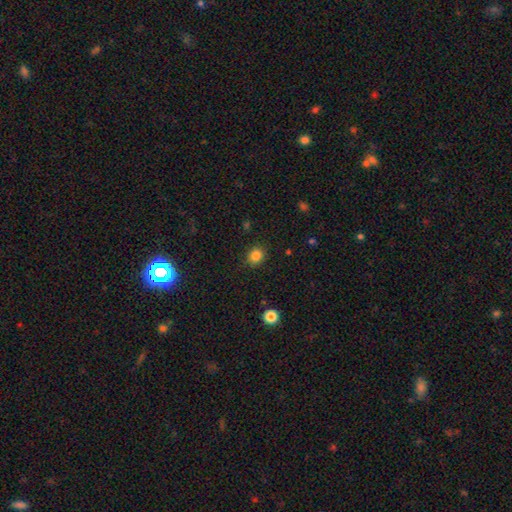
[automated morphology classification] Smooth or featured?
  - smooth: 83% *
  - star or artifact: 12%
  - featured or disk: 5%
How rounded?
  - round: 75% *
  - in between: 24%
  - cigar-shaped: 1%
Merging?
  - none: 88% *
  - minor disturbance: 9%
  - major disturbance: 2%
  - merger: 1%